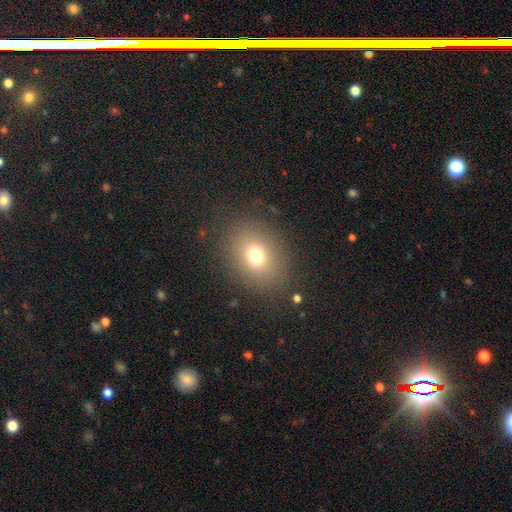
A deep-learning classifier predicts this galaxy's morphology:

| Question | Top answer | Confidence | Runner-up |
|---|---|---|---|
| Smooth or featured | smooth | 72% | star or artifact (16%) |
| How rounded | round | 54% | in between (45%) |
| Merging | none | 83% | minor disturbance (10%) |